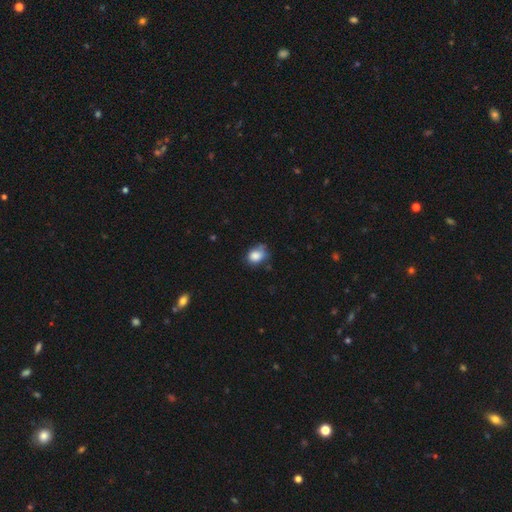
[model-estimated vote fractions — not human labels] This is clearly a smooth galaxy (83%). How rounded: possibly in between (56%). Merging: possibly none (54%).